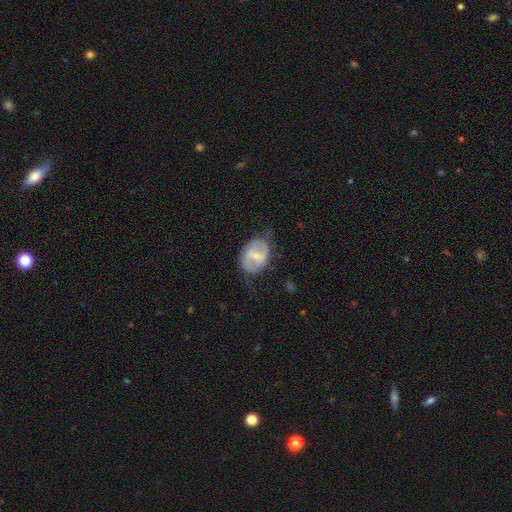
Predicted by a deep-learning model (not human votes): Smooth or featured? Predicted: featured or disk (p=0.60). Edge-on disk? Predicted: no (p=0.96). Bar? Predicted: weak (p=0.44). Spiral arms? Predicted: yes (p=0.68). Bulge size? Predicted: small (p=0.52). Merging? Predicted: none (p=0.59).